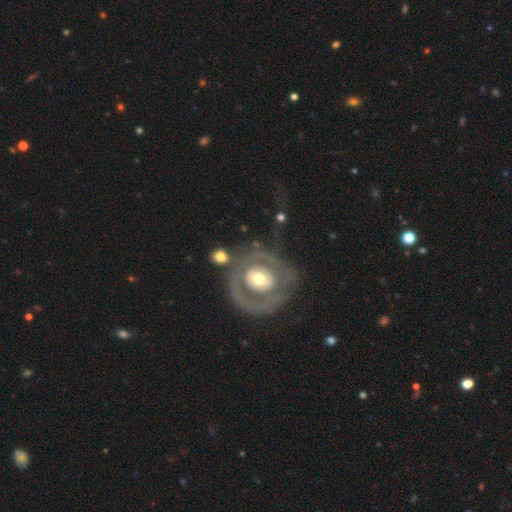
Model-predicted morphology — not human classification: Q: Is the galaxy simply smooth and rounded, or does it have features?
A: featured or disk — 76%.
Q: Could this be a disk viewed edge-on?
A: no — 95%.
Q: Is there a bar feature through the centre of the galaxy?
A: no — 59%.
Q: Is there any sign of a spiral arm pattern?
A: yes — 55%.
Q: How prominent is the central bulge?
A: moderate — 67%.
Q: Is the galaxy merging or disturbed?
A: none — 65%.